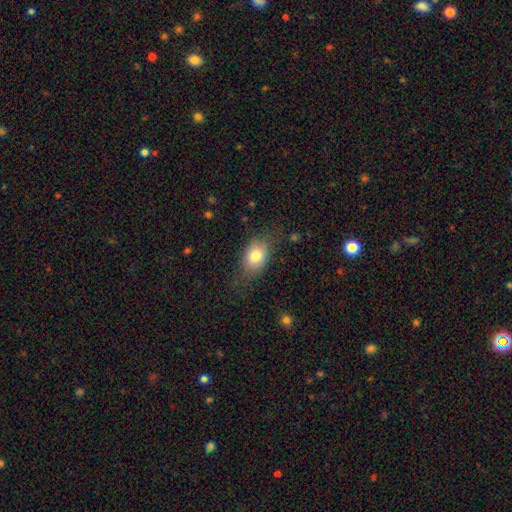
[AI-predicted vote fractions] smooth-or-featured: smooth: 77% | featured or disk: 14% | star or artifact: 9%
  how-rounded: in between: 78% | round: 20% | cigar-shaped: 2%
  merging: none: 66% | minor disturbance: 23% | major disturbance: 10% | merger: 1%